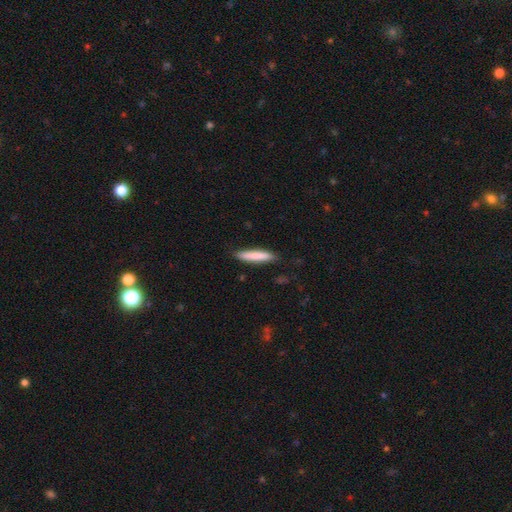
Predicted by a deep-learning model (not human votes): Morphology: type=smooth (82%); roundness=cigar-shaped (88%); merging=none (84%).